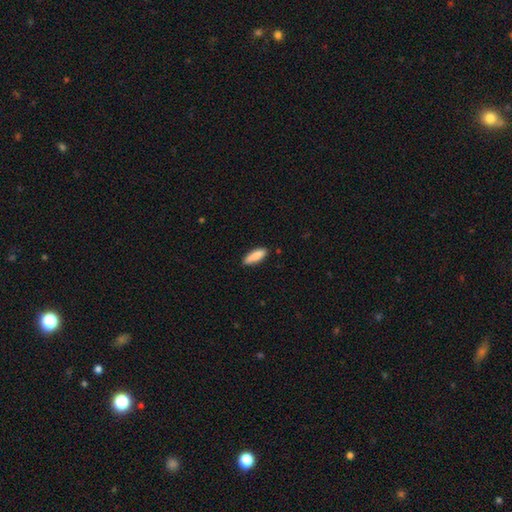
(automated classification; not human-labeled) smooth-or-featured: smooth: 88% | featured or disk: 7% | star or artifact: 6%
  how-rounded: in between: 53% | cigar-shaped: 45% | round: 2%
  merging: none: 84% | minor disturbance: 13% | major disturbance: 2% | merger: 1%